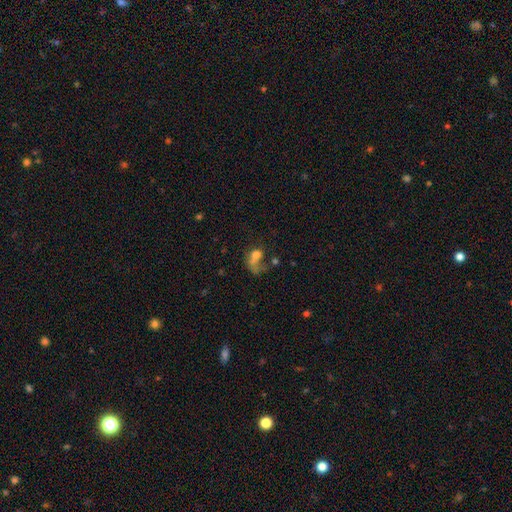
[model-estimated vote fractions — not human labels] Overall: smooth (51%; featured or disk 35%). How rounded: in between (60%; round 38%). Merging: major disturbance (45%; merger 25%).